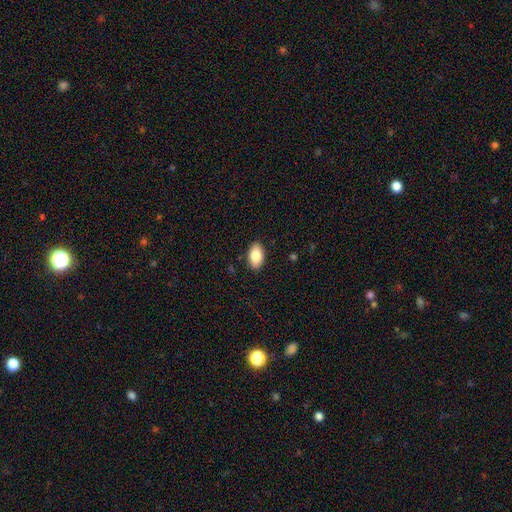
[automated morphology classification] Smooth or featured?
  - smooth: 85% *
  - featured or disk: 9%
  - star or artifact: 7%
How rounded?
  - in between: 94% *
  - round: 5%
  - cigar-shaped: 2%
Merging?
  - none: 89% *
  - minor disturbance: 8%
  - major disturbance: 2%
  - merger: 1%